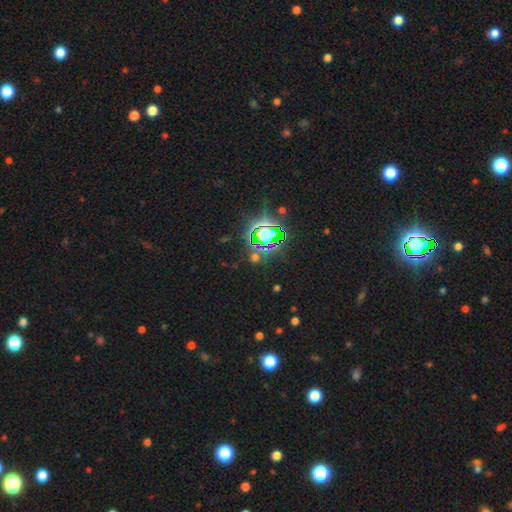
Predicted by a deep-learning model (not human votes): The model was most divided on "smooth or featured": star or artifact: 77%, smooth: 15%, featured or disk: 9%.